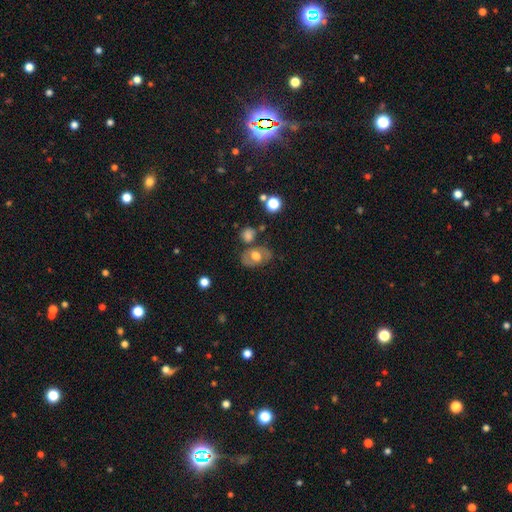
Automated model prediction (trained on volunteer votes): A smooth galaxy with no disk features (52%) that is in between round and cigar-shaped (74%).

Vote fractions:
- Smooth or featured? smooth: 52% / featured or disk: 40% / star or artifact: 9%
- How rounded? in between: 74% / round: 24% / cigar-shaped: 2%
- Merging? none: 65% / minor disturbance: 17% / merger: 10% / major disturbance: 7%